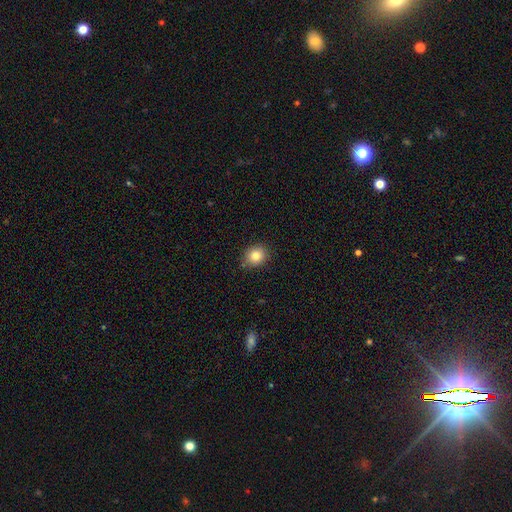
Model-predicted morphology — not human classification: smooth 83%, star or artifact 10%, featured or disk 7%. Down the decision tree: how rounded — round (74%); merging — none (86%).